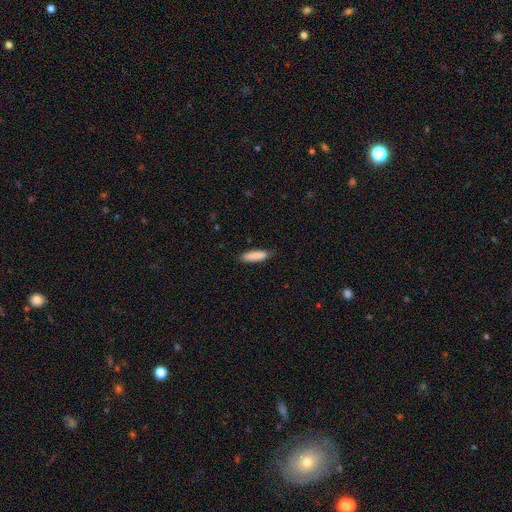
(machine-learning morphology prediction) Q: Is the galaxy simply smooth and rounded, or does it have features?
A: smooth — 87%.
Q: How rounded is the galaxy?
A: cigar-shaped — 64%.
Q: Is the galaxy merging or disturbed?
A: none — 80%.